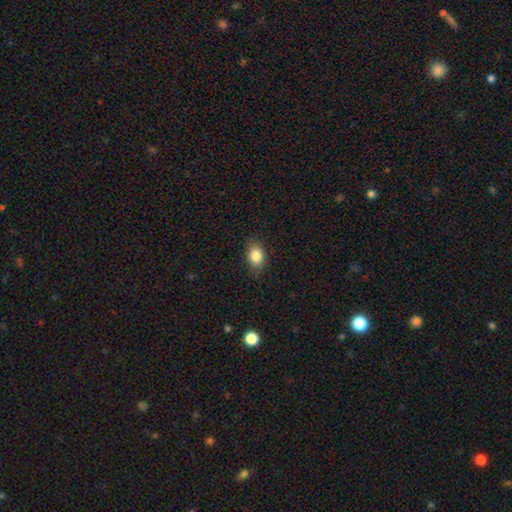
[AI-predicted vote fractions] A smooth galaxy with no disk features (85%) that is in between round and cigar-shaped (76%).

Vote fractions:
- Smooth or featured? smooth: 85% / star or artifact: 8% / featured or disk: 7%
- How rounded? in between: 76% / round: 22% / cigar-shaped: 2%
- Merging? none: 82% / minor disturbance: 14% / major disturbance: 3% / merger: 1%